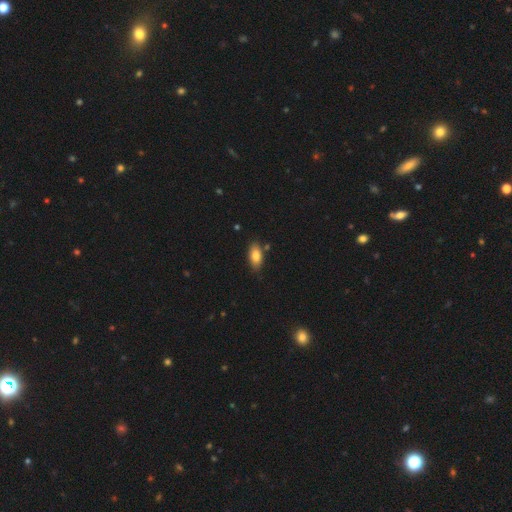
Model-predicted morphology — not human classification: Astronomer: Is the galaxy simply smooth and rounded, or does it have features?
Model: smooth — 83%.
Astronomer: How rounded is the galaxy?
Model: in between — 89%.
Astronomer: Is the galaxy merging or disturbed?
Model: none — 82%.